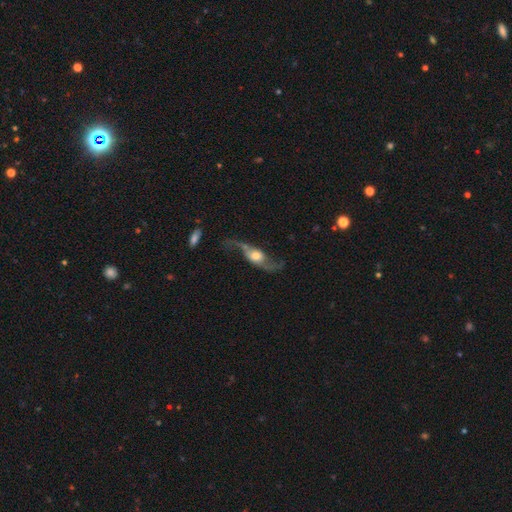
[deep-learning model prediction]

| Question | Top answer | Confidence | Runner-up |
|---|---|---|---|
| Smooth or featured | featured or disk | 81% | smooth (13%) |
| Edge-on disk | no | 87% | yes (13%) |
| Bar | no | 64% | weak (27%) |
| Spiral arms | yes | 93% | no (7%) |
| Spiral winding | loose | 86% | medium (11%) |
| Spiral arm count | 2 | 92% | 1 (3%) |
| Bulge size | moderate | 56% | large (22%) |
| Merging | none | 57% | major disturbance (20%) |